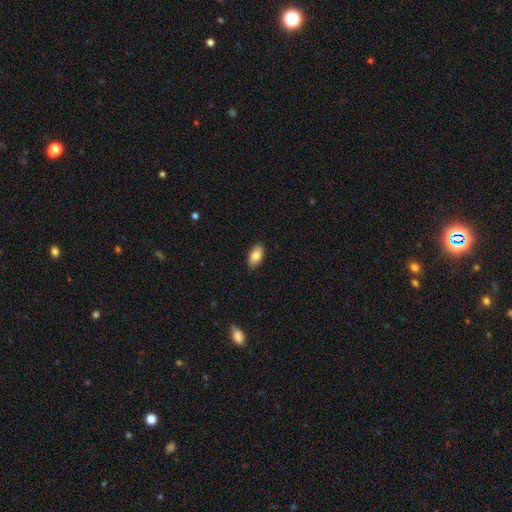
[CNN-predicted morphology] smooth_or_featured: smooth (p=0.84) [alt: featured or disk p=0.09]
how_rounded: in between (p=0.93) [alt: round p=0.04]
merging: none (p=0.88) [alt: minor disturbance p=0.09]